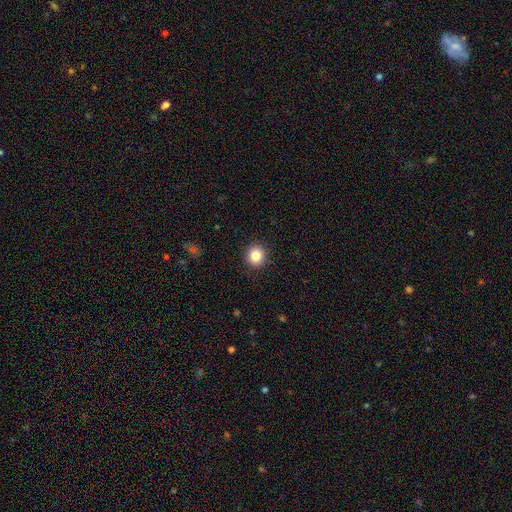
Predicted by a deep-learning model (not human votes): This is clearly a smooth galaxy (85%). How rounded: clearly round (90%). Merging: clearly none (92%).